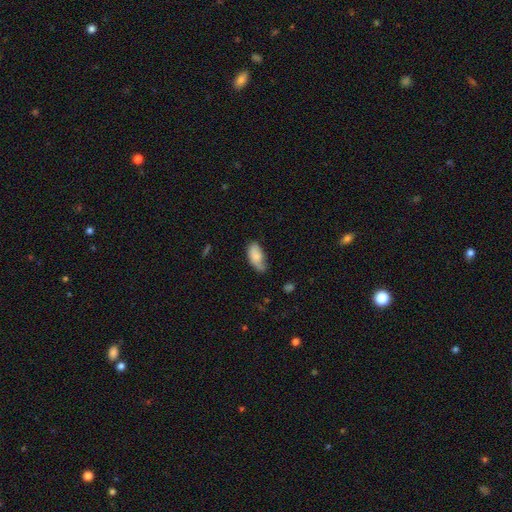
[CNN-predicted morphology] The model was most divided on "merging": none: 47%, minor disturbance: 38%, major disturbance: 11%, merger: 3%. More confident: how rounded — in between (90%); smooth or featured — smooth (79%).